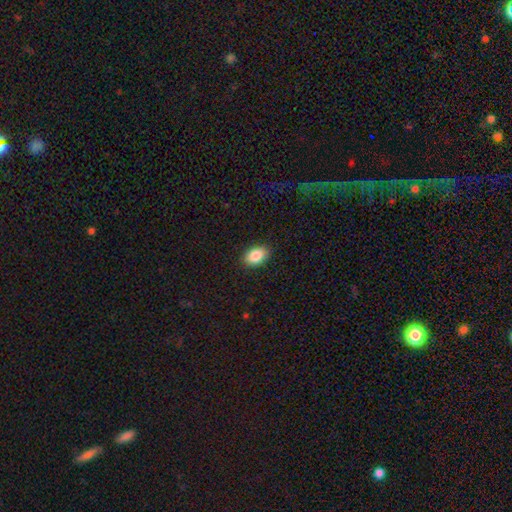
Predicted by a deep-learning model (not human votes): A smooth galaxy with no disk features (86%) that is in between round and cigar-shaped (86%). Merging: none (89%).